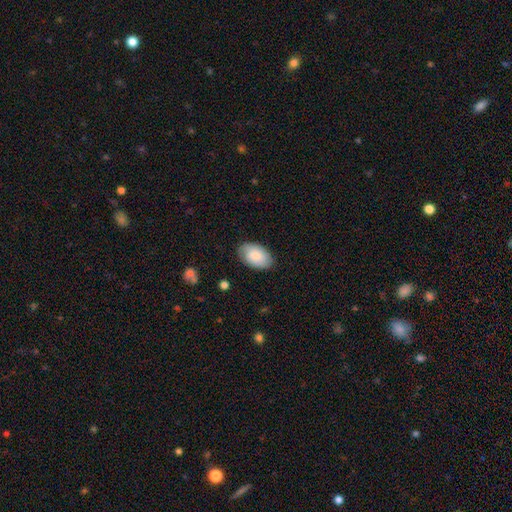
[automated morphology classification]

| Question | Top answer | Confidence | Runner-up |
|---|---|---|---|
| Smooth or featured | smooth | 81% | featured or disk (13%) |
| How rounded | in between | 93% | round (6%) |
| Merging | none | 82% | minor disturbance (14%) |